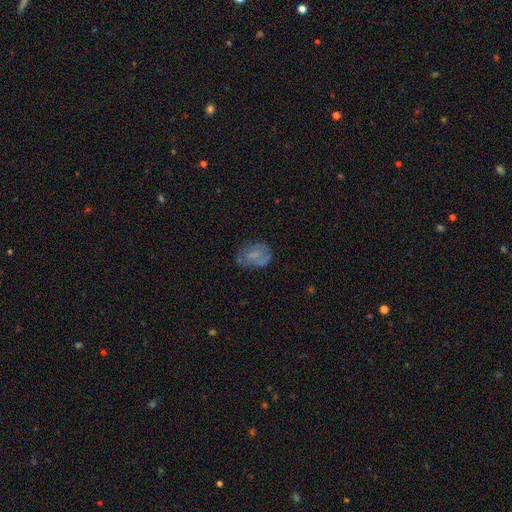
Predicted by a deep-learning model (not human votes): Smooth or featured: smooth — 48% (featured or disk — 42%)
Merging: none — 58% (minor disturbance — 26%)